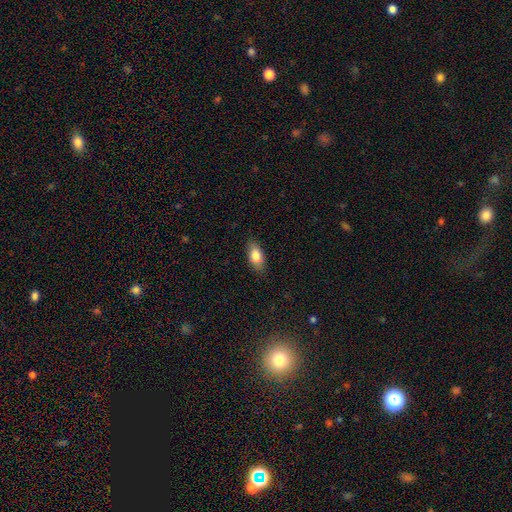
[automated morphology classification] smooth-or-featured: smooth: 82% | featured or disk: 12% | star or artifact: 7%
  how-rounded: in between: 86% | cigar-shaped: 11% | round: 3%
  merging: none: 84% | minor disturbance: 12% | major disturbance: 2% | merger: 1%